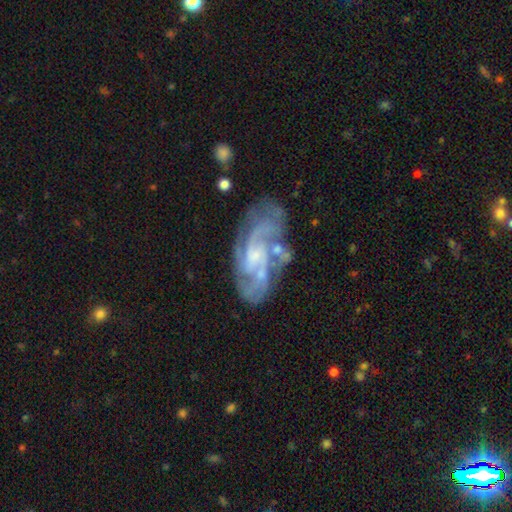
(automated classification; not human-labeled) Morphology: type=featured or disk (84%); edge-on=no (96%); bar=no (55%); spiral arms=yes (93%); winding=medium (44%); arm count=3 (28%); bulge=small (44%); merging=none (63%).